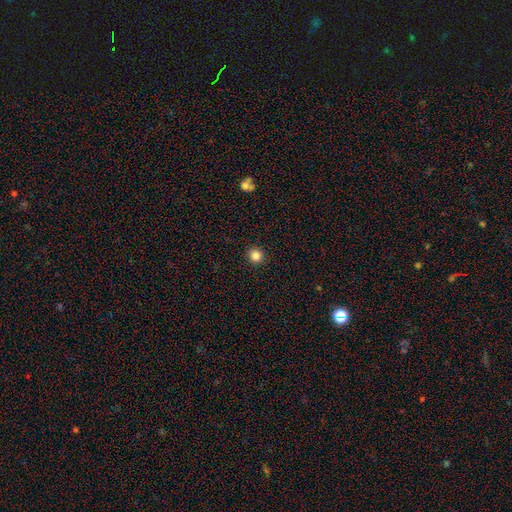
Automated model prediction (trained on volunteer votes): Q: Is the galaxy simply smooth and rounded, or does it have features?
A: smooth — 84%.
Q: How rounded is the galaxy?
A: round — 93%.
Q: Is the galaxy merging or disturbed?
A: none — 92%.